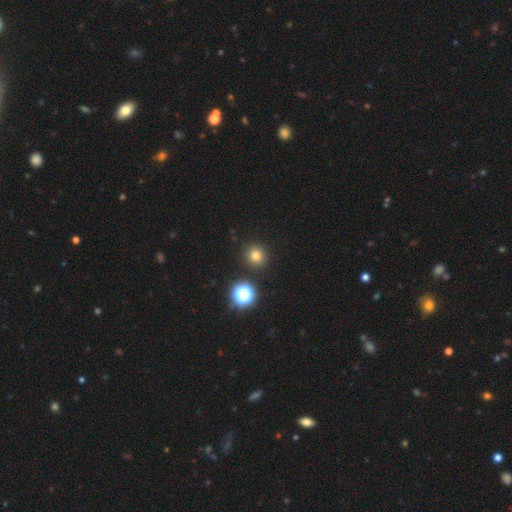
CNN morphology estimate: Smooth or featured?
  - smooth: 76% *
  - star or artifact: 18%
  - featured or disk: 6%
How rounded?
  - round: 95% *
  - in between: 4%
  - cigar-shaped: 1%
Merging?
  - none: 91% *
  - minor disturbance: 5%
  - merger: 2%
  - major disturbance: 2%